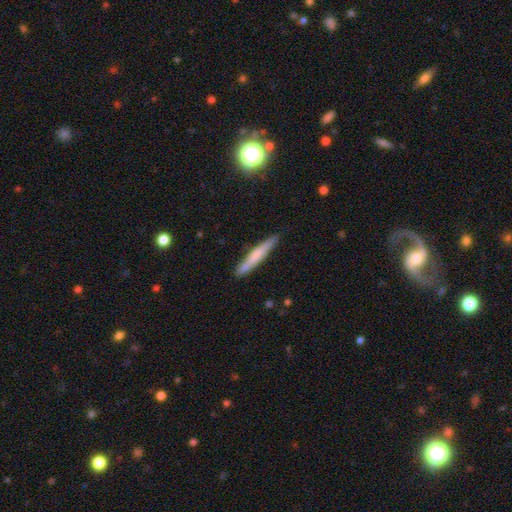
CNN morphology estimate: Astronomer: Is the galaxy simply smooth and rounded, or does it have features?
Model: smooth — 60%.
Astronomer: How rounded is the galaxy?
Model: cigar-shaped — 94%.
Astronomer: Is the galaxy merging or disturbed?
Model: none — 86%.